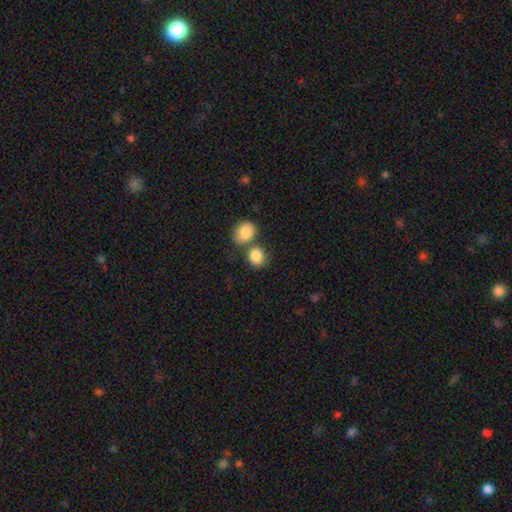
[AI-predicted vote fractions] Smooth or featured? Predicted: smooth (p=0.86). How rounded? Predicted: round (p=0.72). Merging? Predicted: none (p=0.48).